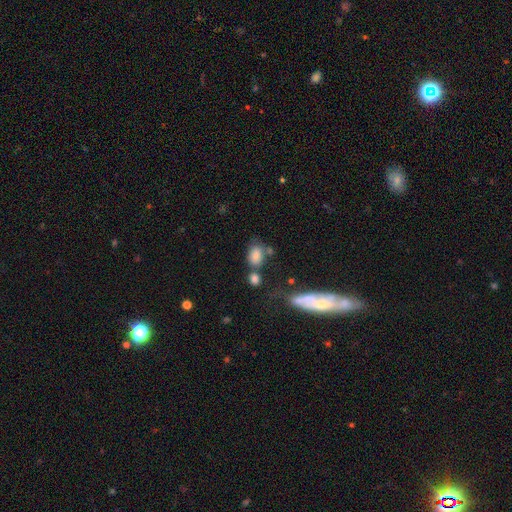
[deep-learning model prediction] A smooth galaxy with no disk features (77%) that is in between round and cigar-shaped (80%).

Vote fractions:
- Smooth or featured? smooth: 77% / featured or disk: 12% / star or artifact: 11%
- How rounded? in between: 80% / round: 17% / cigar-shaped: 3%
- Merging? none: 51% / merger: 22% / minor disturbance: 18% / major disturbance: 8%